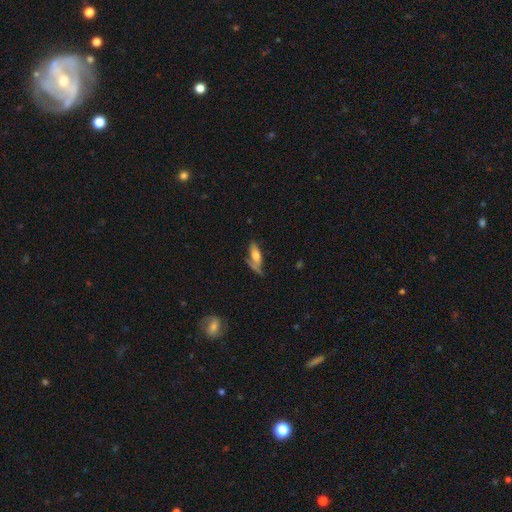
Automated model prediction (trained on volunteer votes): A smooth galaxy with no disk features (54%) that is in between round and cigar-shaped (67%).

Vote fractions:
- Smooth or featured? smooth: 54% / featured or disk: 38% / star or artifact: 8%
- How rounded? in between: 67% / cigar-shaped: 30% / round: 3%
- Merging? none: 41% / minor disturbance: 30% / major disturbance: 21% / merger: 8%